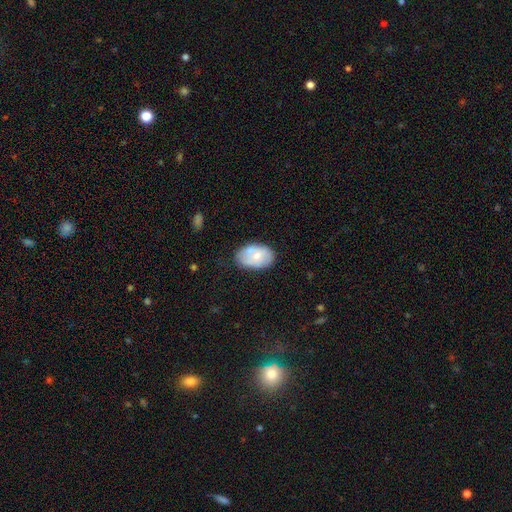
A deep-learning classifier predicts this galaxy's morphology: The model was most divided on "smooth or featured": smooth: 65%, featured or disk: 28%, star or artifact: 7%. More confident: how rounded — in between (88%); merging — none (65%).